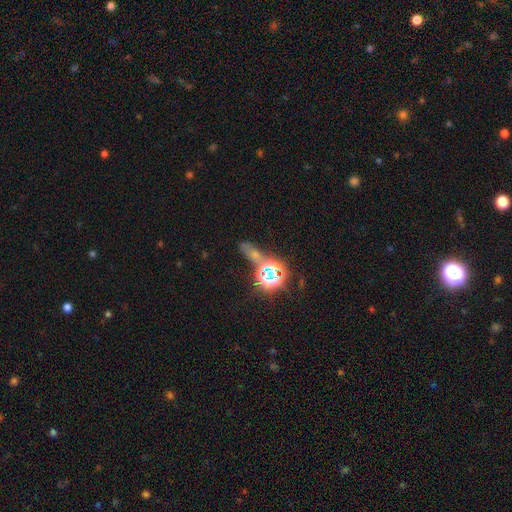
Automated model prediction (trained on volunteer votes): smooth-or-featured: star or artifact: 67% | smooth: 20% | featured or disk: 13%